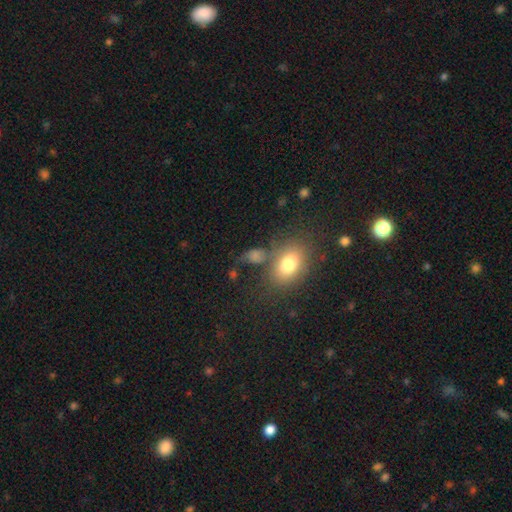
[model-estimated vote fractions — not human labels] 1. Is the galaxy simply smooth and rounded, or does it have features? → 71% smooth, 14% star or artifact, 14% featured or disk.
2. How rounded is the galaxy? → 74% in between, 23% round, 3% cigar-shaped.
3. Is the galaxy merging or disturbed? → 60% none, 16% minor disturbance, 15% merger, 9% major disturbance.